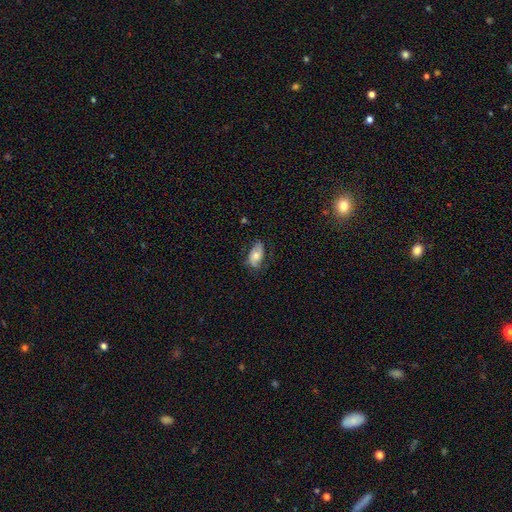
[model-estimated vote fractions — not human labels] This appears to be a smooth galaxy with no disk features (60%) that is in between round and cigar-shaped (91%). Merging: none (60%).